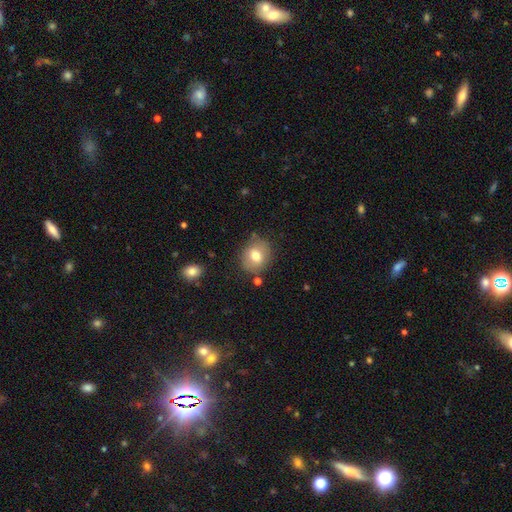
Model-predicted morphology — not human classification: This is likely a smooth galaxy (73%). How rounded: likely round (67%). Merging: likely none (78%).